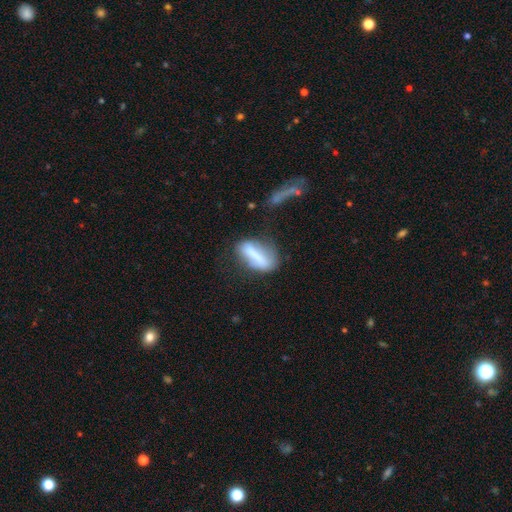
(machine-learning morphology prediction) Smooth or featured? smooth (55%)
How rounded? in between (53%)
Merging? none (44%)